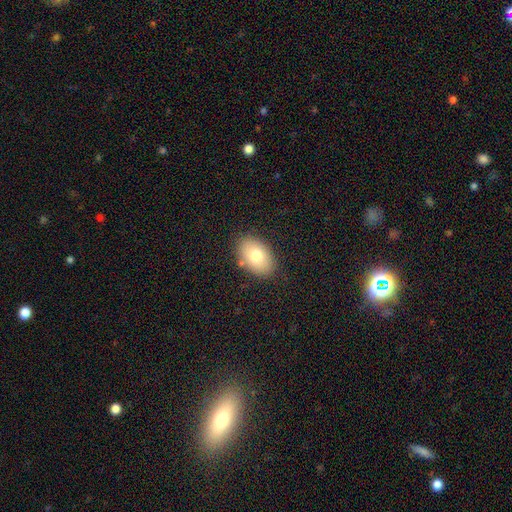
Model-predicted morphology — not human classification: smooth 75%, featured or disk 17%, star or artifact 8%. Down the decision tree: how rounded — in between (85%); merging — none (84%).